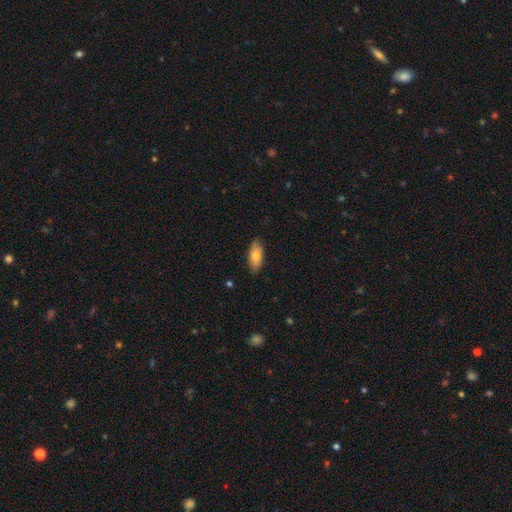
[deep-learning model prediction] Morphology: type=smooth (76%); roundness=in between (83%); merging=none (83%).